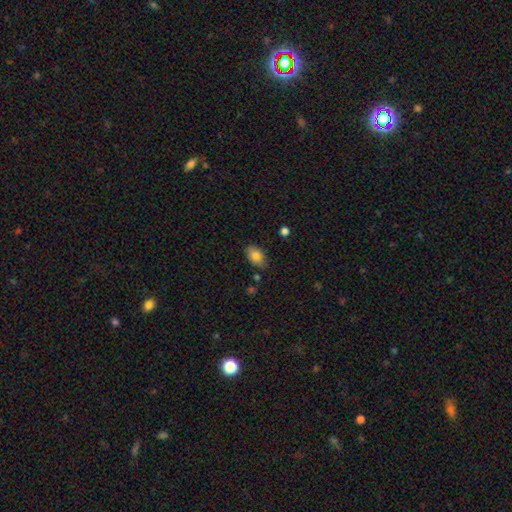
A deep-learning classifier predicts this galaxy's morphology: Smooth or featured? smooth (83%)
How rounded? in between (90%)
Merging? none (78%)